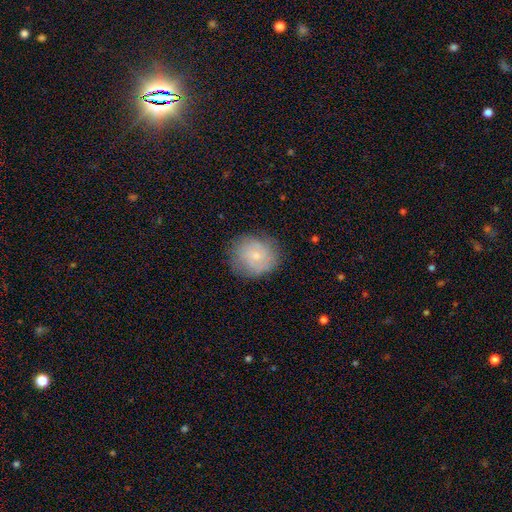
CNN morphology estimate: Smooth or featured? smooth (56%)
How rounded? round (81%)
Merging? none (77%)